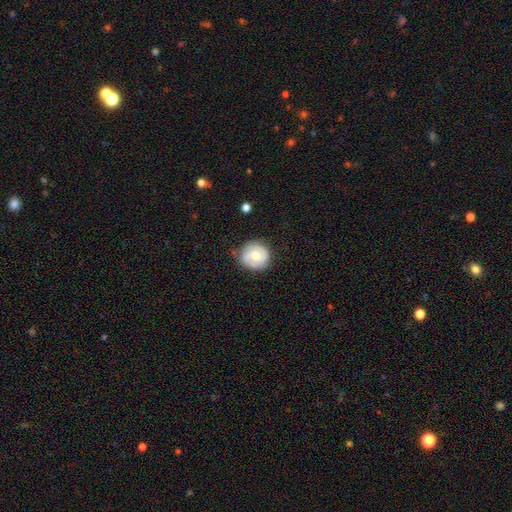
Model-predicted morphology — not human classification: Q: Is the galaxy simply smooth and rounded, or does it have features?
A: featured or disk — 48%.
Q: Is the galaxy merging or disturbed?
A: none — 76%.